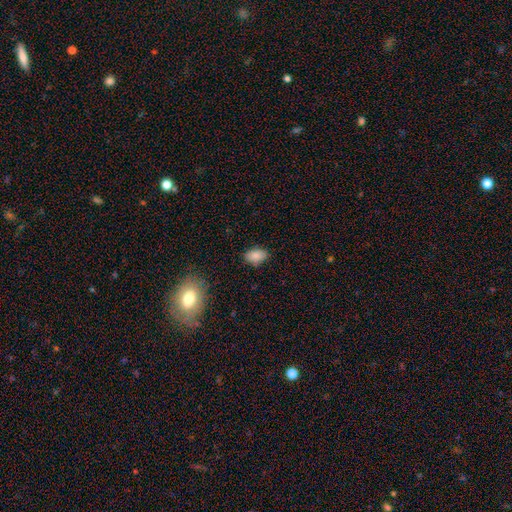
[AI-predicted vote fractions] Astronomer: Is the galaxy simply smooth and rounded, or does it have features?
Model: smooth — 86%.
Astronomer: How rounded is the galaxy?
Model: in between — 88%.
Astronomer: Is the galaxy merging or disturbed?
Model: none — 83%.